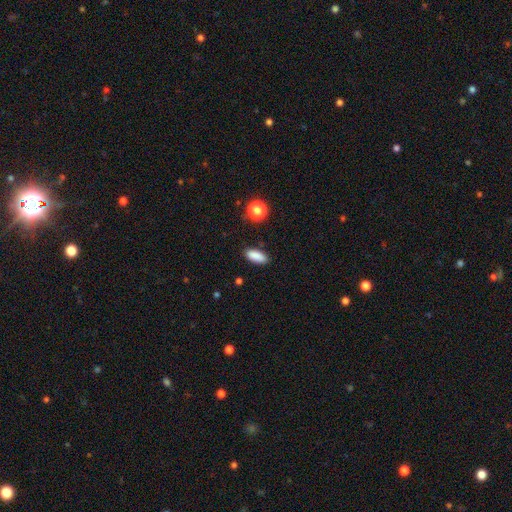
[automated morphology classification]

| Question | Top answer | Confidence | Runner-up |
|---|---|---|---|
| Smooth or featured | smooth | 88% | star or artifact (8%) |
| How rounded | in between | 77% | cigar-shaped (20%) |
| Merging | none | 87% | minor disturbance (9%) |